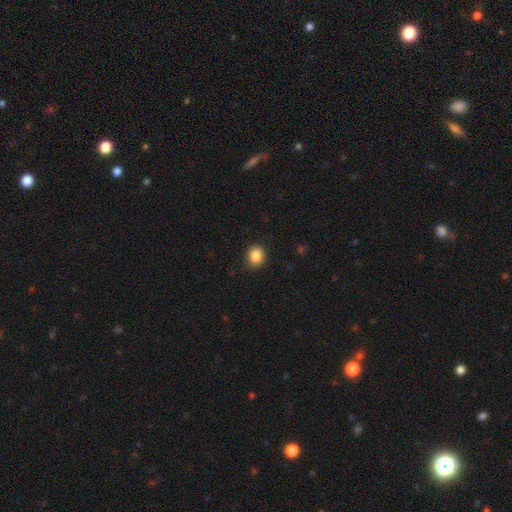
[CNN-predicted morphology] Smooth or featured: smooth — 87% (star or artifact — 9%)
How rounded: round — 72% (in between — 27%)
Merging: none — 87% (minor disturbance — 9%)